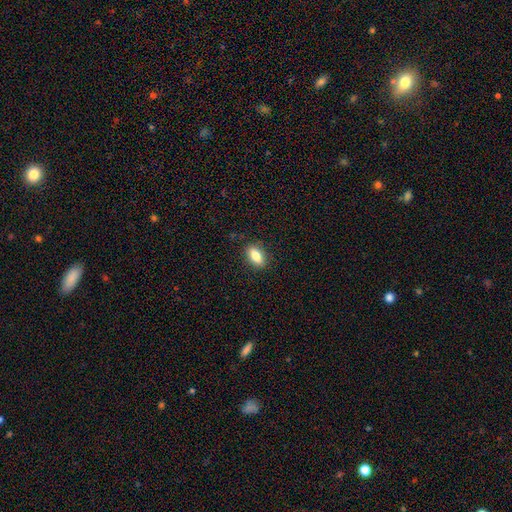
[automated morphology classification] type=smooth (81%); roundness=in between (86%); merging=none (87%).